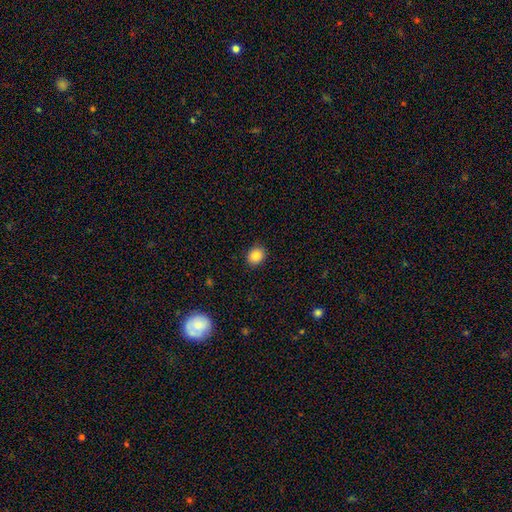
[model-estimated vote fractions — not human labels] Smooth or featured?
  - smooth: 85% *
  - star or artifact: 10%
  - featured or disk: 5%
How rounded?
  - round: 65% *
  - in between: 34%
  - cigar-shaped: 1%
Merging?
  - none: 89% *
  - minor disturbance: 8%
  - major disturbance: 2%
  - merger: 1%